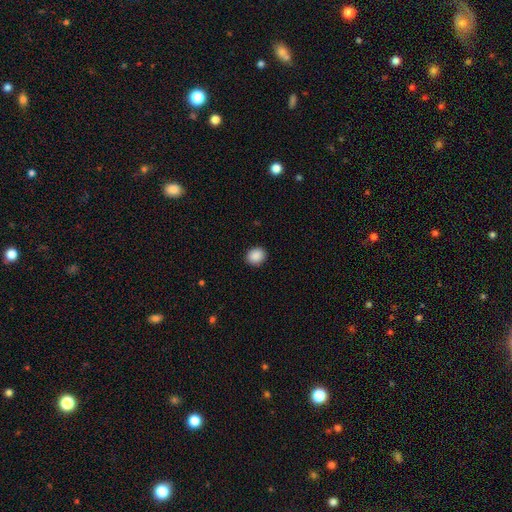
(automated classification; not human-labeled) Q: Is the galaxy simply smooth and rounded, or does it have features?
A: smooth — 90%.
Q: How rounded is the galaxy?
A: round — 56%.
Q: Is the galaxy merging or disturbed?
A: none — 90%.